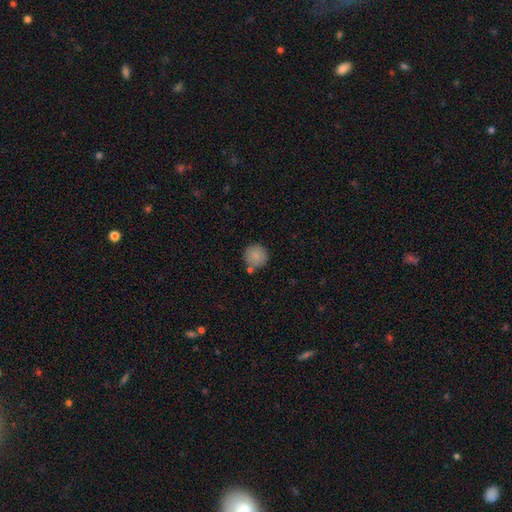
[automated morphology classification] The model was most divided on "merging": none: 79%, merger: 10%, minor disturbance: 9%, major disturbance: 2%. More confident: how rounded — round (95%); smooth or featured — smooth (86%).